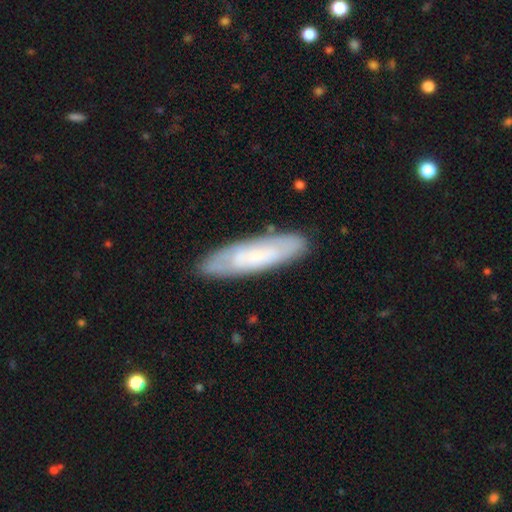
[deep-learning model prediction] Overall: smooth (54%; featured or disk 40%). How rounded: cigar-shaped (69%; in between 30%). Merging: none (84%).